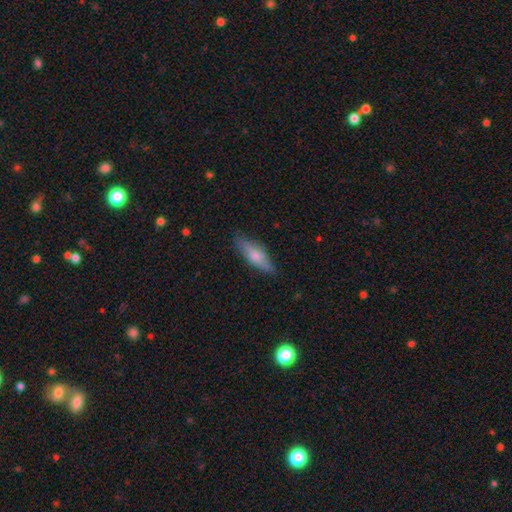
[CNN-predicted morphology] smooth 60%, featured or disk 33%, star or artifact 6%. Down the decision tree: how rounded — cigar-shaped (49%); merging — none (79%).